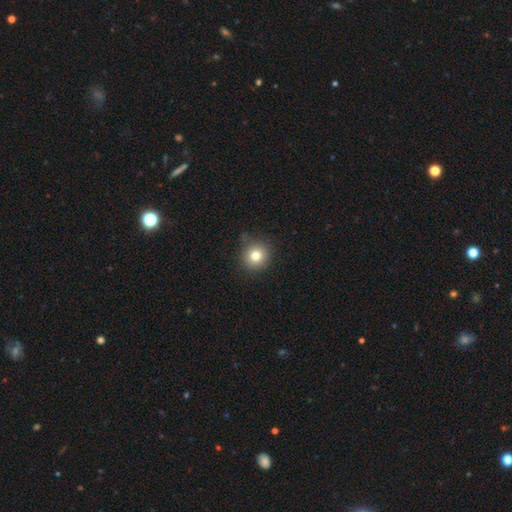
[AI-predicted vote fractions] smooth-or-featured: smooth: 79% | star or artifact: 12% | featured or disk: 8%
  how-rounded: round: 90% | in between: 9% | cigar-shaped: 1%
  merging: none: 82% | minor disturbance: 12% | major disturbance: 3% | merger: 2%